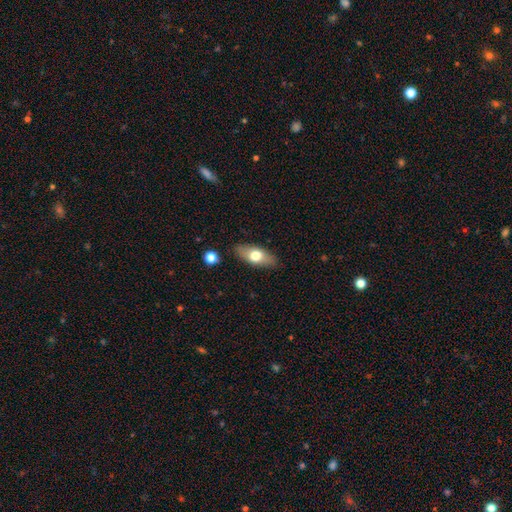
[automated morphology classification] type=smooth (64%); roundness=in between (80%); merging=none (86%).